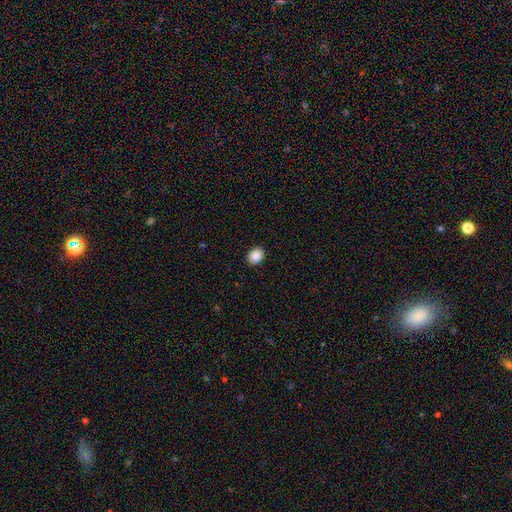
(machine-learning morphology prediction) Q: Smooth or featured?
A: smooth (89%); runner-up: star or artifact (9%)
Q: How rounded?
A: round (53%); runner-up: in between (46%)
Q: Merging?
A: none (91%); runner-up: minor disturbance (6%)